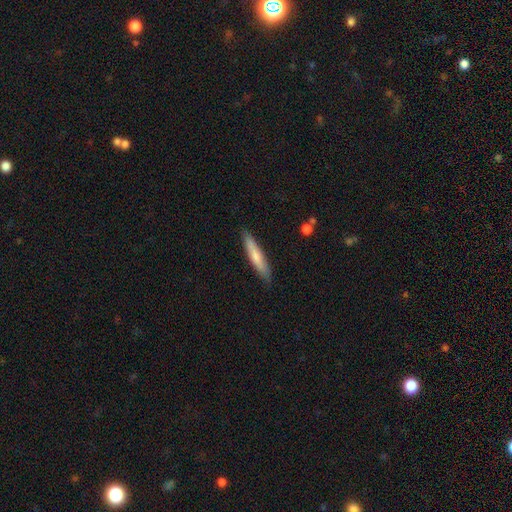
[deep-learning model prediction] The model was most divided on "smooth or featured": smooth: 68%, featured or disk: 27%, star or artifact: 5%. More confident: how rounded — cigar-shaped (90%); merging — none (87%).